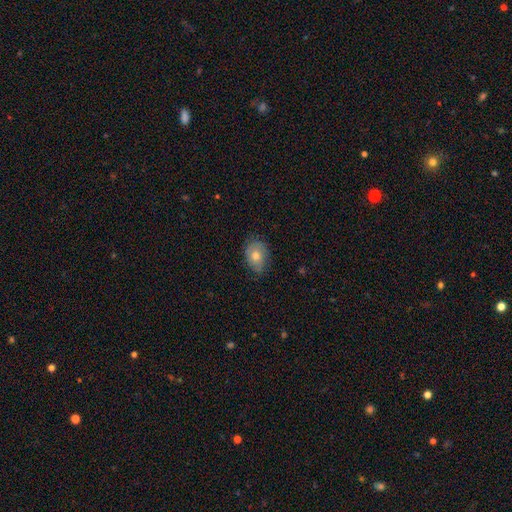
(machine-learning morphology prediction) Smooth or featured?
  - smooth: 62% *
  - featured or disk: 30%
  - star or artifact: 8%
How rounded?
  - in between: 74% *
  - round: 24%
  - cigar-shaped: 1%
Merging?
  - none: 71% *
  - minor disturbance: 23%
  - major disturbance: 5%
  - merger: 1%